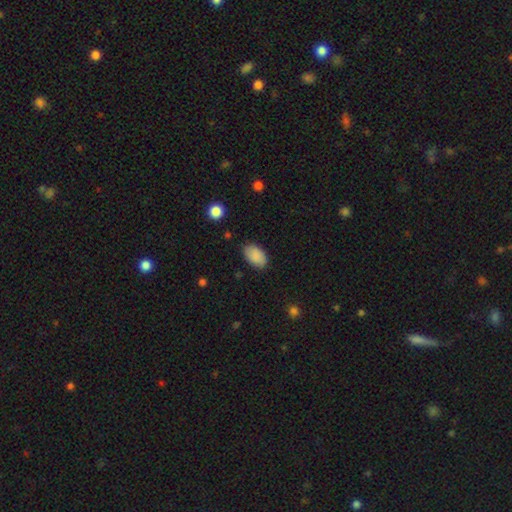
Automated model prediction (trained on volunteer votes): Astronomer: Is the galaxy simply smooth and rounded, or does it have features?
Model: smooth — 88%.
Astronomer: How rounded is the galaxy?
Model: in between — 93%.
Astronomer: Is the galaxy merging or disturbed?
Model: none — 83%.